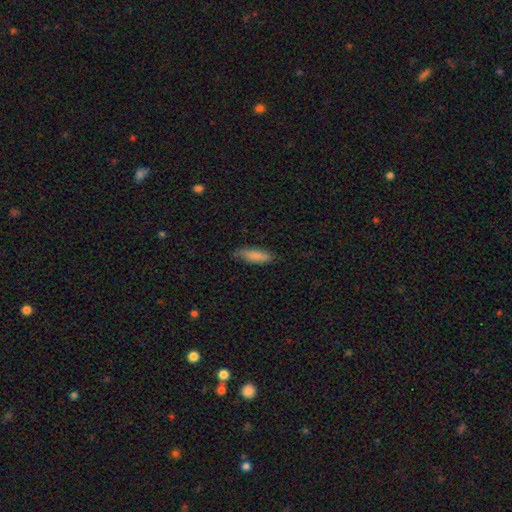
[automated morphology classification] This is clearly a smooth galaxy (83%). How rounded: possibly cigar-shaped (53%). Merging: likely none (75%).